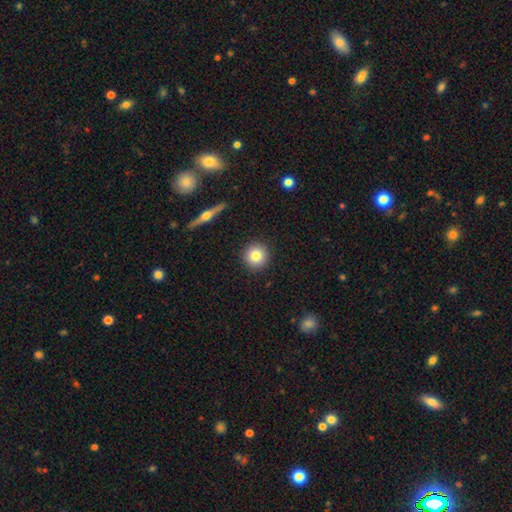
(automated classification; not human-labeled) This is clearly a smooth galaxy (80%). How rounded: clearly round (95%). Merging: clearly none (92%).